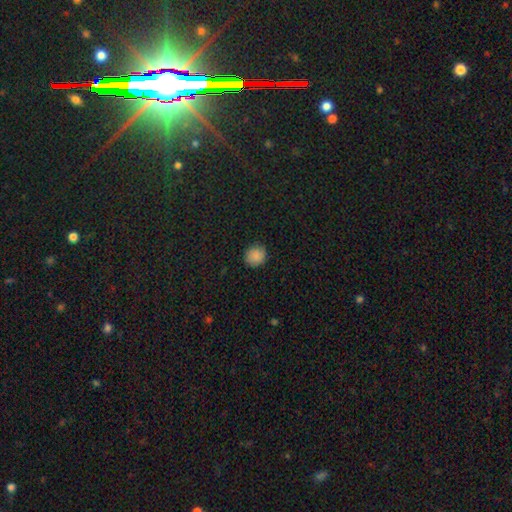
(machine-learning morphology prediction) The model was most divided on "smooth or featured": smooth: 87%, star or artifact: 10%, featured or disk: 4%. More confident: how rounded — round (88%); merging — none (88%).